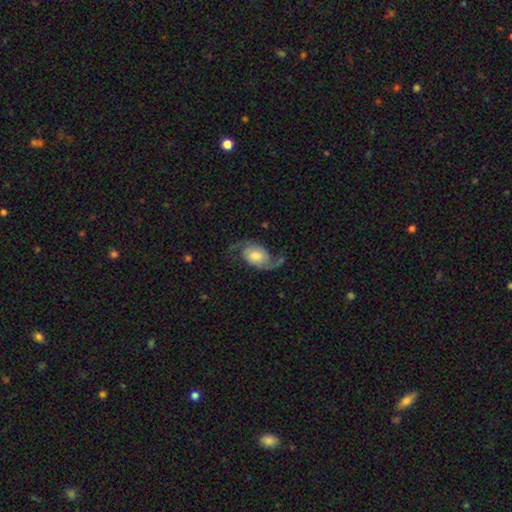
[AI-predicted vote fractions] smooth_or_featured: featured or disk (p=0.80) [alt: smooth p=0.13]
disk_edge_on: no (p=0.97) [alt: yes p=0.03]
bar: no (p=0.62) [alt: weak p=0.31]
has_spiral_arms: yes (p=0.95) [alt: no p=0.05]
spiral_winding: loose (p=0.64) [alt: medium p=0.29]
spiral_arm_count: 2 (p=0.92) [alt: 1 p=0.03]
bulge_size: moderate (p=0.42) [alt: large p=0.29]
merging: none (p=0.67) [alt: minor disturbance p=0.17]